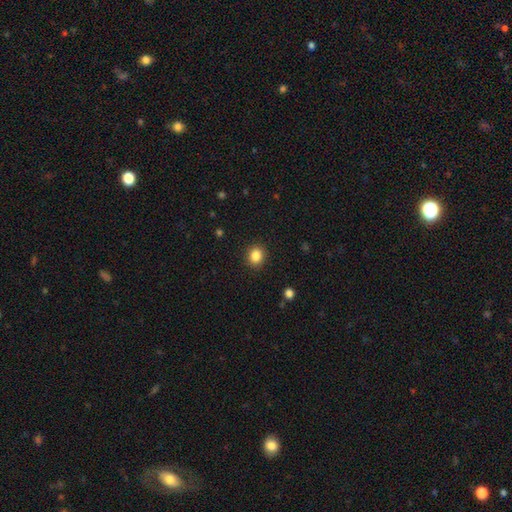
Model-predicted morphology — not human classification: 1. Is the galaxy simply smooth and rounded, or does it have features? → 85% smooth, 10% star or artifact, 5% featured or disk.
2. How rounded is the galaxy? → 76% round, 23% in between, 1% cigar-shaped.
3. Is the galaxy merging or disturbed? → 91% none, 6% minor disturbance, 2% major disturbance, 1% merger.